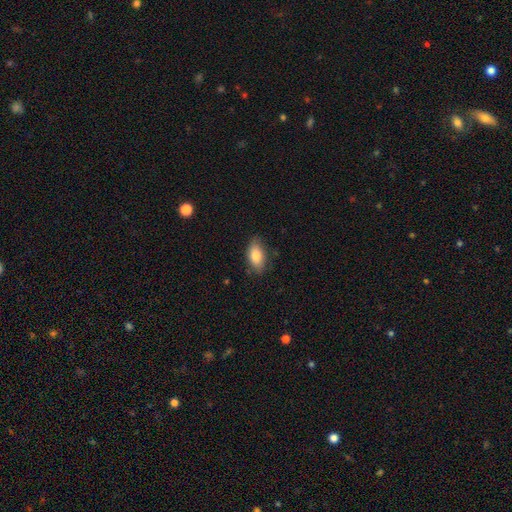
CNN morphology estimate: A smooth galaxy with no disk features (83%) that is in between round and cigar-shaped (90%).

Vote fractions:
- Smooth or featured? smooth: 83% / featured or disk: 10% / star or artifact: 7%
- How rounded? in between: 90% / cigar-shaped: 5% / round: 5%
- Merging? none: 77% / minor disturbance: 18% / major disturbance: 4% / merger: 1%